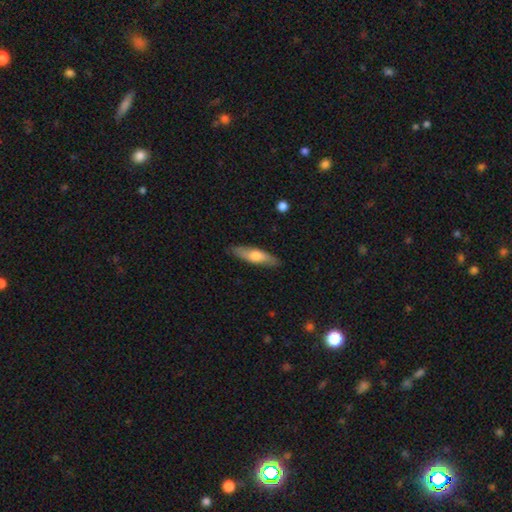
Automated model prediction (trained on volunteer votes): Smooth or featured: smooth — 58% (featured or disk — 36%)
How rounded: cigar-shaped — 63% (in between — 35%)
Merging: none — 87% (minor disturbance — 10%)